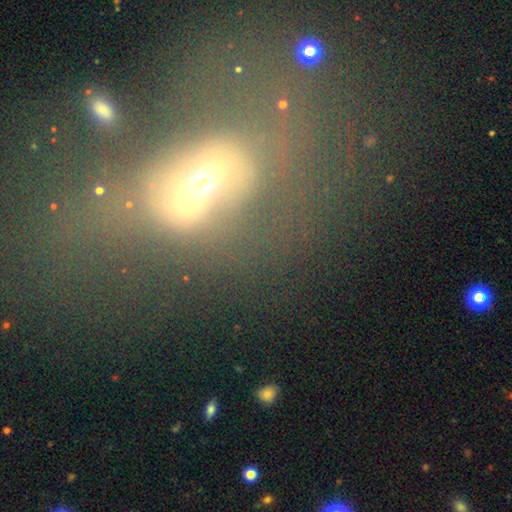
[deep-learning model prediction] smooth-or-featured: featured or disk: 40% | smooth: 37% | star or artifact: 22%
  merging: major disturbance: 39% | none: 34% | minor disturbance: 16% | merger: 11%